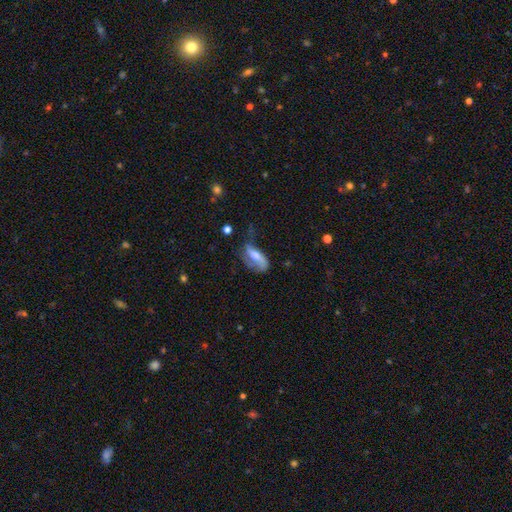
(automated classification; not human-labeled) This is possibly a featured or disk galaxy (47%). Merging: marginally major disturbance (35%).